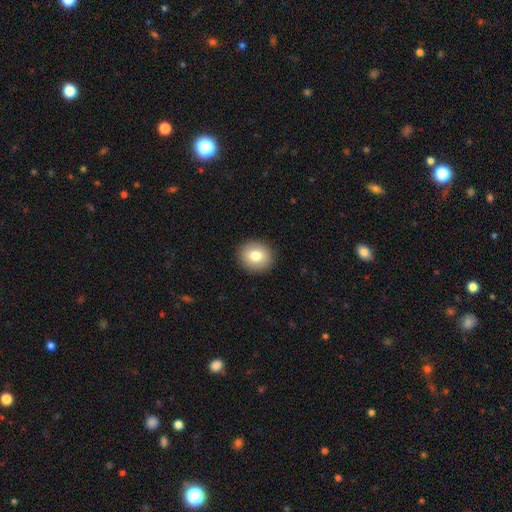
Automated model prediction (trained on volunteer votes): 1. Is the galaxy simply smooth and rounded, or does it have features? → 79% smooth, 12% featured or disk, 9% star or artifact.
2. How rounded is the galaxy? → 79% round, 20% in between, 1% cigar-shaped.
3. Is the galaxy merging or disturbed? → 92% none, 6% minor disturbance, 2% major disturbance, 1% merger.